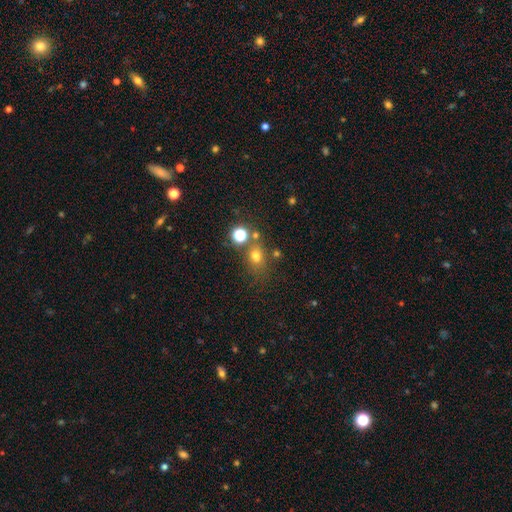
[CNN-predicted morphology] smooth 68%, star or artifact 21%, featured or disk 11%. Down the decision tree: how rounded — round (56%); merging — none (64%).